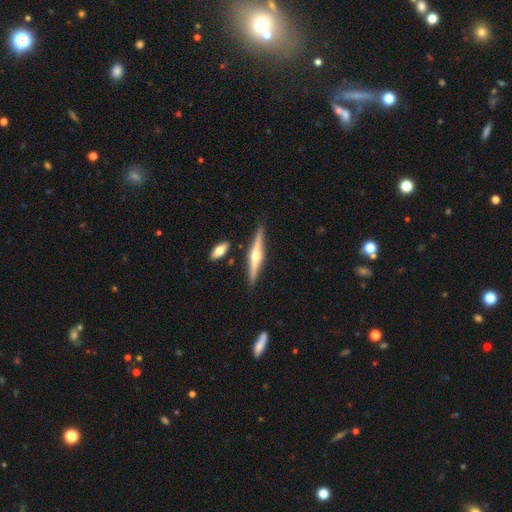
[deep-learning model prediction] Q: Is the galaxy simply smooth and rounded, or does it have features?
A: featured or disk — 72%.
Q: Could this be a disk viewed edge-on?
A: yes — 97%.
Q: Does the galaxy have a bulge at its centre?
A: rounded — 92%.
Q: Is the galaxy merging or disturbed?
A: none — 85%.